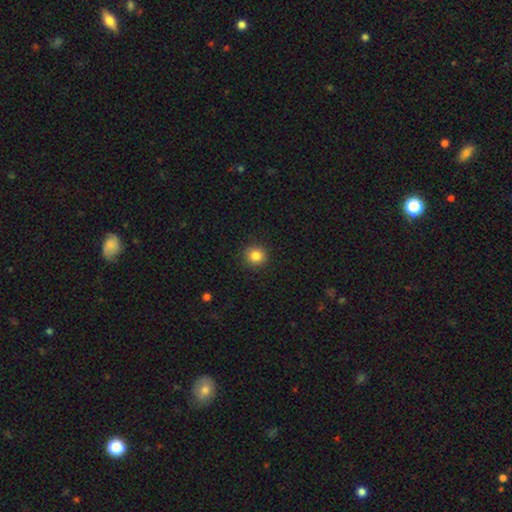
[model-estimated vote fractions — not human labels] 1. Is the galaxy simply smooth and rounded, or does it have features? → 85% smooth, 11% star or artifact, 5% featured or disk.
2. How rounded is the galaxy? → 91% round, 8% in between, 1% cigar-shaped.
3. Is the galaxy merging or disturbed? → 91% none, 6% minor disturbance, 2% major disturbance, 1% merger.